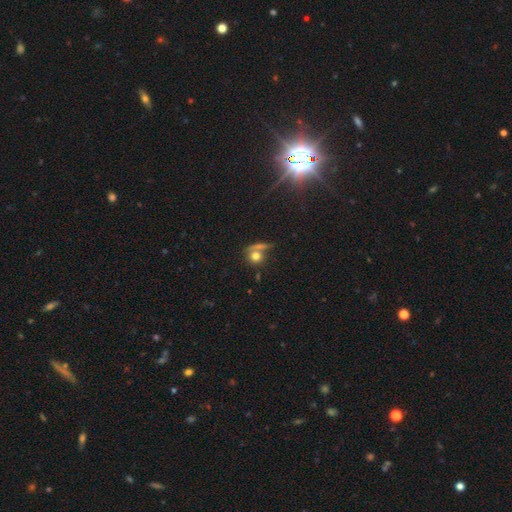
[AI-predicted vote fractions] A smooth galaxy with no disk features (71%) that is round (84%). Merging: none (56%).